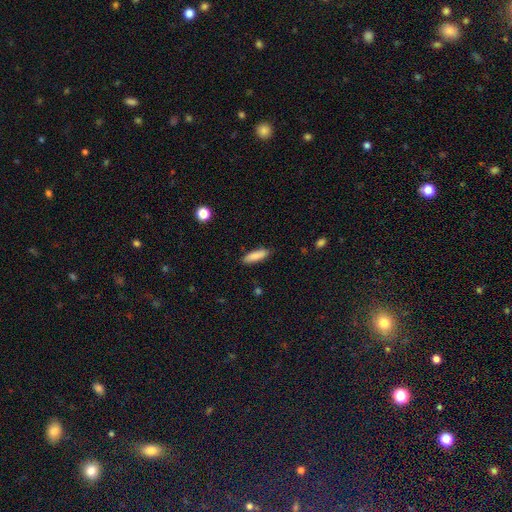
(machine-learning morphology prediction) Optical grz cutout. It shows a smooth galaxy with no disk features (85%) that is cigar-shaped (55%). Merging: none (85%).